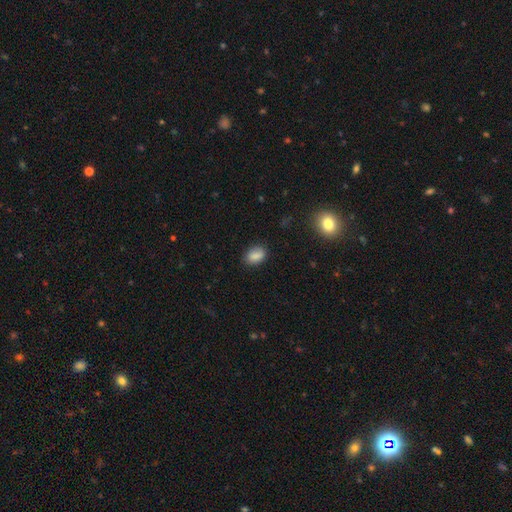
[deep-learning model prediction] The model was most divided on "merging": none: 78%, minor disturbance: 17%, major disturbance: 4%, merger: 2%. More confident: smooth or featured — smooth (85%); how rounded — in between (82%).